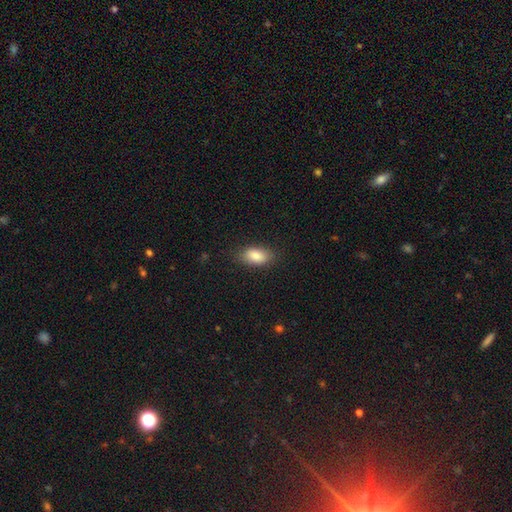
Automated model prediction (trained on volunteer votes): The model was most divided on "merging": none: 84%, minor disturbance: 12%, major disturbance: 3%, merger: 1%. More confident: how rounded — in between (90%); smooth or featured — smooth (86%).